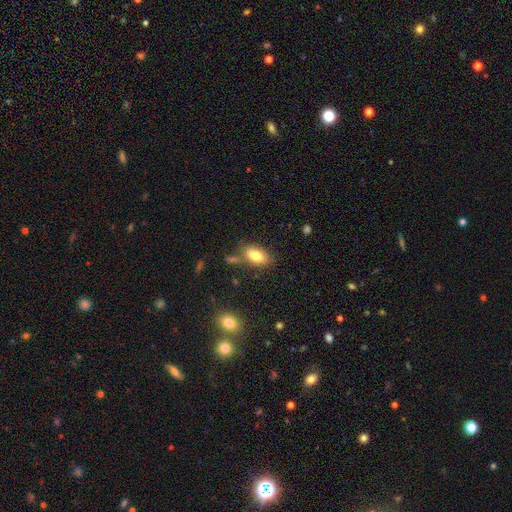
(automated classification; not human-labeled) Smooth or featured? Predicted: smooth (p=0.81). How rounded? Predicted: in between (p=0.91). Merging? Predicted: none (p=0.71).